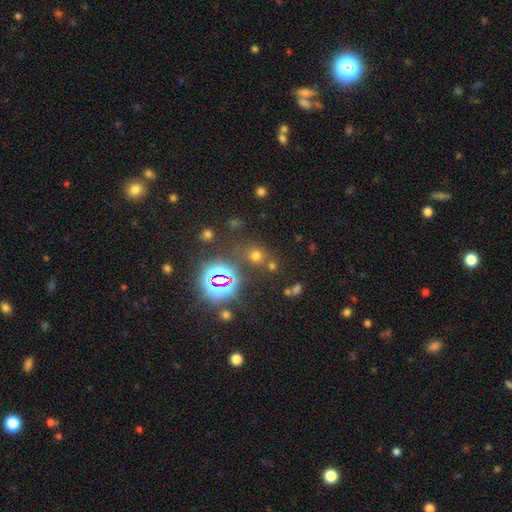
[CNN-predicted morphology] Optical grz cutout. It shows a smooth galaxy with no disk features (56%) that is round (82%). Merging: none (72%).